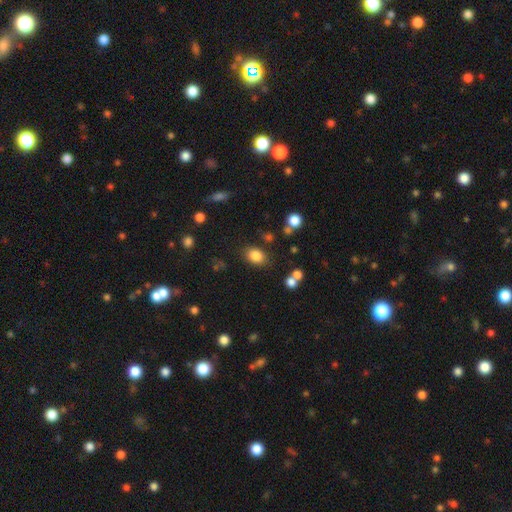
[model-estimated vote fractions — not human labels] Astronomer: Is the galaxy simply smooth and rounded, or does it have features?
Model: smooth — 83%.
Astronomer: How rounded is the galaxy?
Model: in between — 71%.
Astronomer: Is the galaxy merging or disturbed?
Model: none — 81%.